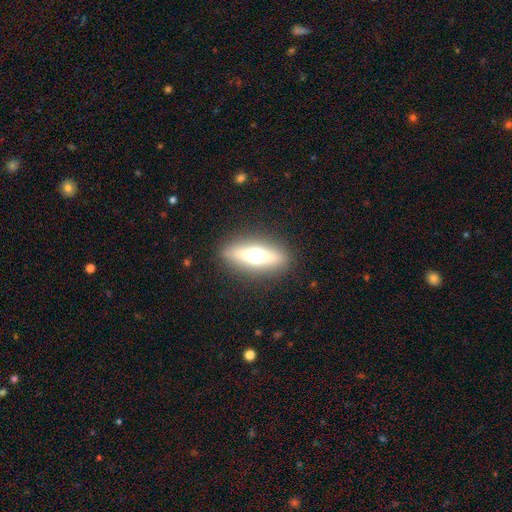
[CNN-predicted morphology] The model was most divided on "smooth or featured": featured or disk: 53%, smooth: 37%, star or artifact: 10%. More confident: merging — none (87%); edge-on disk — yes (82%).